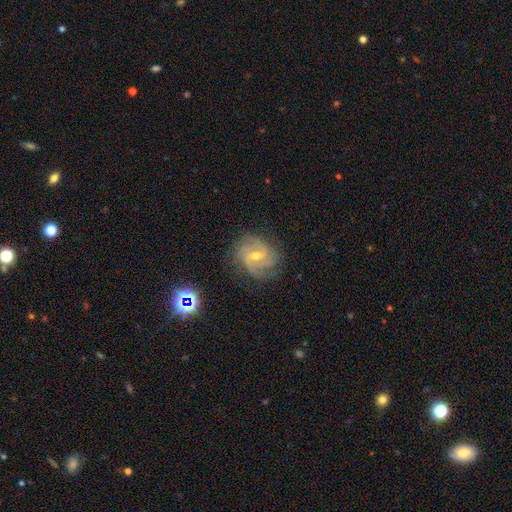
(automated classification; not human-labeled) Smooth or featured?
  - featured or disk: 84% *
  - smooth: 8%
  - star or artifact: 8%
Edge-on disk?
  - no: 97% *
  - yes: 3%
Bar?
  - weak: 53% *
  - no: 31%
  - strong: 16%
Spiral arms?
  - yes: 96% *
  - no: 4%
Spiral winding?
  - tight: 51% *
  - medium: 39%
  - loose: 10%
Spiral arm count?
  - 3: 33% *
  - 2: 22%
  - can't tell: 22%
  - 4: 14%
  - more than 4: 5%
  - 1: 5%
Bulge size?
  - moderate: 52% *
  - small: 45%
  - large: 1%
  - none: 1%
  - dominant: 1%
Merging?
  - none: 74% *
  - minor disturbance: 18%
  - major disturbance: 7%
  - merger: 1%